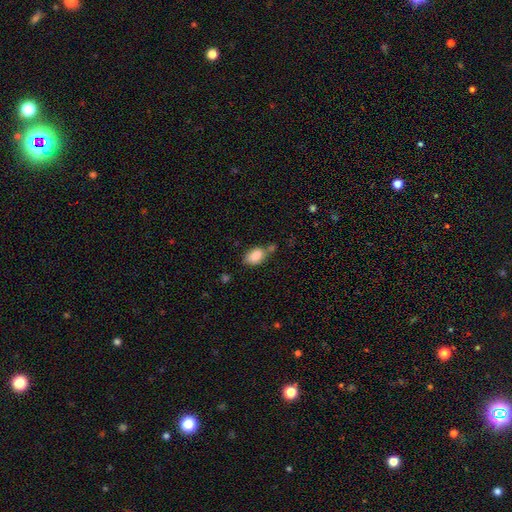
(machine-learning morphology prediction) smooth 84%, featured or disk 9%, star or artifact 8%. Down the decision tree: how rounded — in between (87%); merging — none (55%).